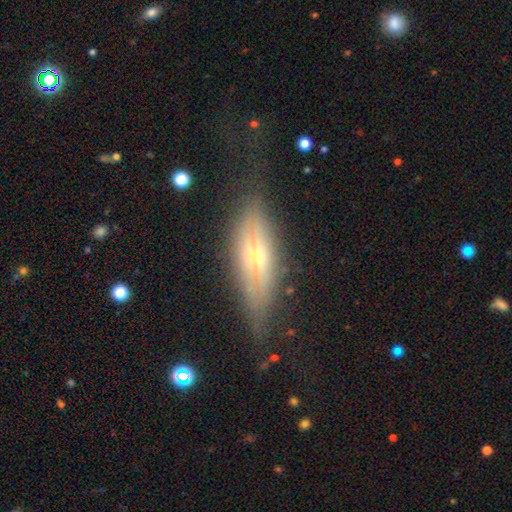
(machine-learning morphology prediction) smooth-or-featured: featured or disk: 69% | smooth: 23% | star or artifact: 8%
  disk-edge-on: yes: 83% | no: 17%
    edge-on-bulge: rounded: 82% | boxy: 9% | none: 9%
  merging: none: 63% | minor disturbance: 23% | major disturbance: 12% | merger: 2%